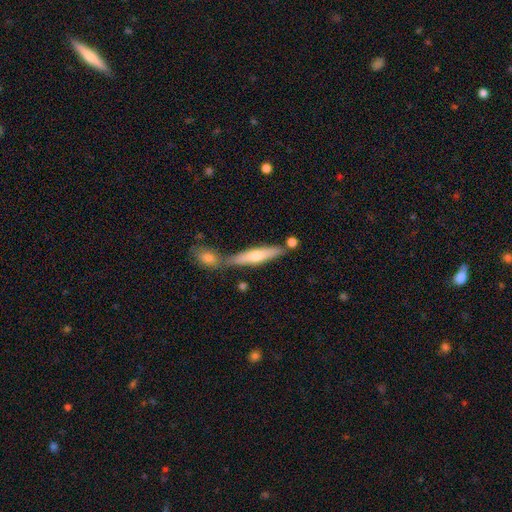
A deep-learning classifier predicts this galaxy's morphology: This is possibly a smooth galaxy (49%). Merging: possibly none (60%).